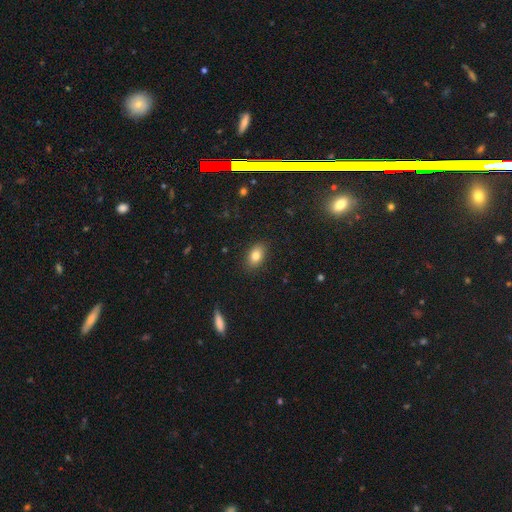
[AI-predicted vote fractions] Smooth or featured?
  - smooth: 81% *
  - star or artifact: 9%
  - featured or disk: 9%
How rounded?
  - in between: 86% *
  - round: 13%
  - cigar-shaped: 2%
Merging?
  - none: 87% *
  - minor disturbance: 9%
  - major disturbance: 2%
  - merger: 1%